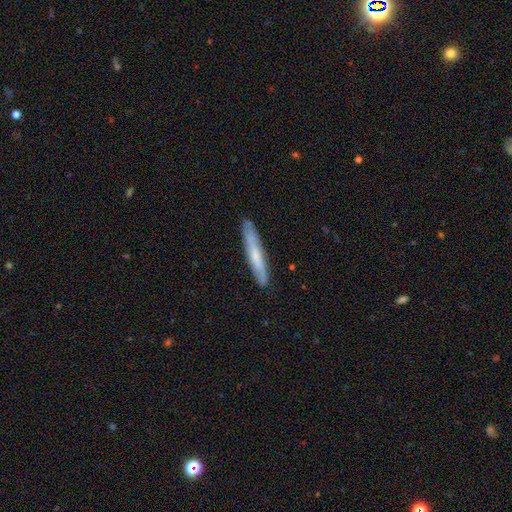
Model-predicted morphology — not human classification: A smooth galaxy with no disk features (54%) that is cigar-shaped (94%).

Vote fractions:
- Smooth or featured? smooth: 54% / featured or disk: 40% / star or artifact: 6%
- How rounded? cigar-shaped: 94% / in between: 5% / round: 1%
- Merging? none: 87% / minor disturbance: 11% / major disturbance: 2% / merger: 1%